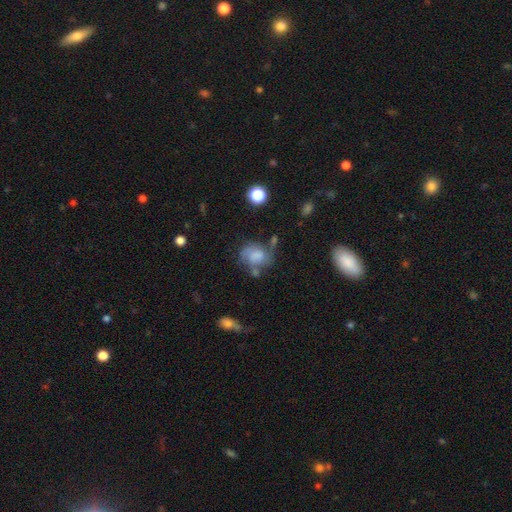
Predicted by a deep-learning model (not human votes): A featured or disk galaxy (47%).

Vote fractions:
- Smooth or featured? featured or disk: 47% / smooth: 42% / star or artifact: 11%
- Merging? none: 38% / minor disturbance: 25% / major disturbance: 24% / merger: 13%